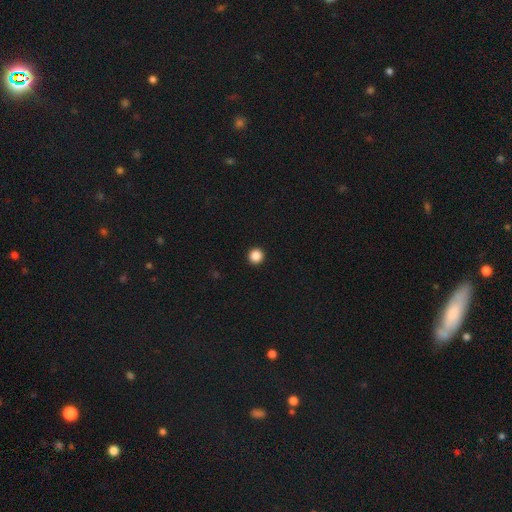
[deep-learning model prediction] smooth-or-featured: smooth: 87% | star or artifact: 10% | featured or disk: 3%
  how-rounded: round: 96% | in between: 3% | cigar-shaped: 1%
  merging: none: 94% | minor disturbance: 3% | major disturbance: 1% | merger: 1%